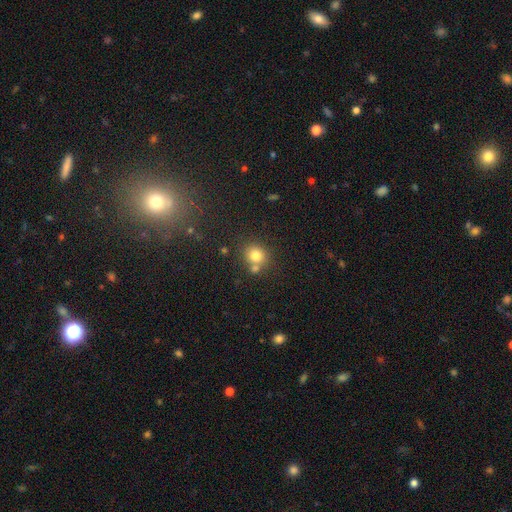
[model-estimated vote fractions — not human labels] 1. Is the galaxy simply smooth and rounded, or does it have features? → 79% smooth, 12% star or artifact, 9% featured or disk.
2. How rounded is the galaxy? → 81% round, 18% in between, 1% cigar-shaped.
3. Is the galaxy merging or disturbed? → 61% none, 25% merger, 10% minor disturbance, 3% major disturbance.